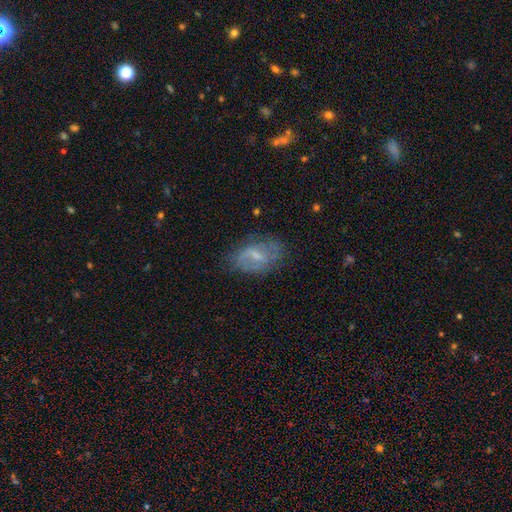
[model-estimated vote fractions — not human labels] smooth_or_featured: featured or disk (p=0.55) [alt: smooth p=0.36]
disk_edge_on: no (p=0.94) [alt: yes p=0.06]
bar: weak (p=0.54) [alt: no p=0.27]
has_spiral_arms: yes (p=0.62) [alt: no p=0.38]
bulge_size: small (p=0.49) [alt: moderate p=0.31]
merging: none (p=0.62) [alt: minor disturbance p=0.24]